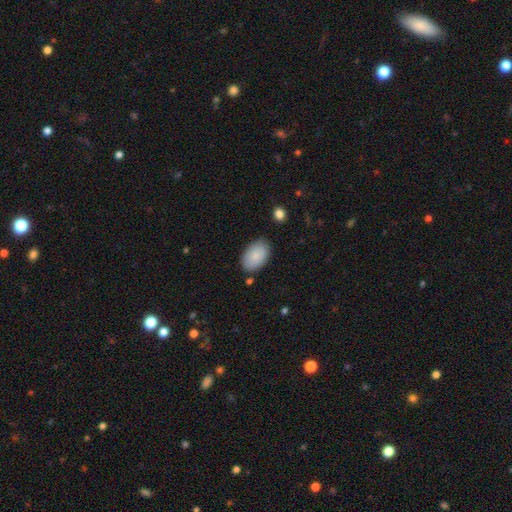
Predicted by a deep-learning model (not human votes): Smooth or featured: smooth — 87% (featured or disk — 7%)
How rounded: in between — 92% (round — 7%)
Merging: none — 83% (minor disturbance — 13%)